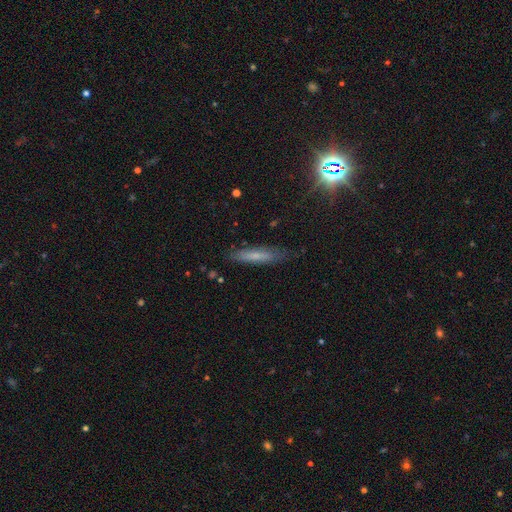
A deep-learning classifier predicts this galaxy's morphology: smooth-or-featured: smooth: 59% | featured or disk: 32% | star or artifact: 10%
  how-rounded: cigar-shaped: 86% | in between: 12% | round: 2%
  merging: none: 81% | minor disturbance: 15% | major disturbance: 3% | merger: 1%